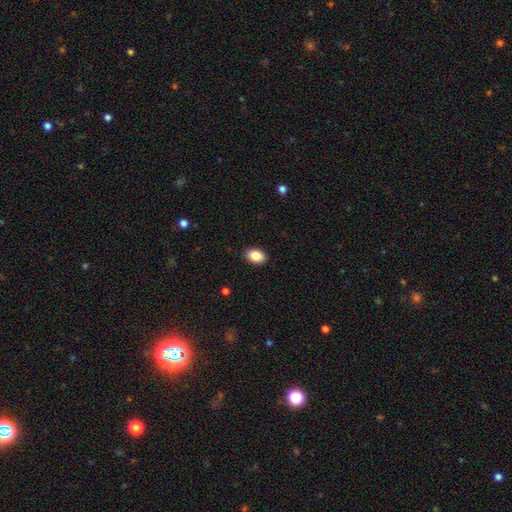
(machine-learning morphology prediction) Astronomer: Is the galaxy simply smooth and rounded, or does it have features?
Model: smooth — 87%.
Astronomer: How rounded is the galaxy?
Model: in between — 85%.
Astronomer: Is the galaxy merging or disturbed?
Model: none — 89%.